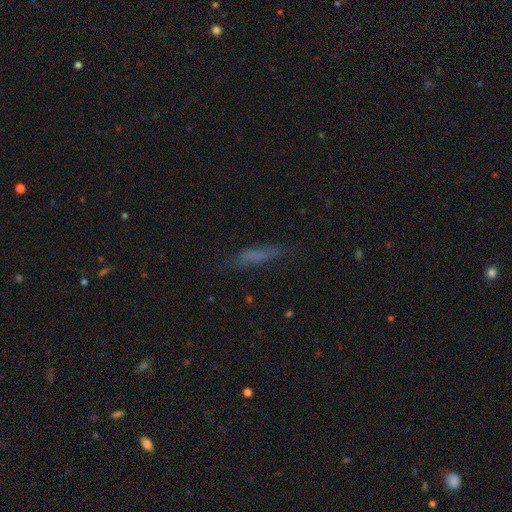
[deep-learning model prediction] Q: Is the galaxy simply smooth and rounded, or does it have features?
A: smooth — 62%.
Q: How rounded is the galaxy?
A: cigar-shaped — 82%.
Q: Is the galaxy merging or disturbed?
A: none — 73%.